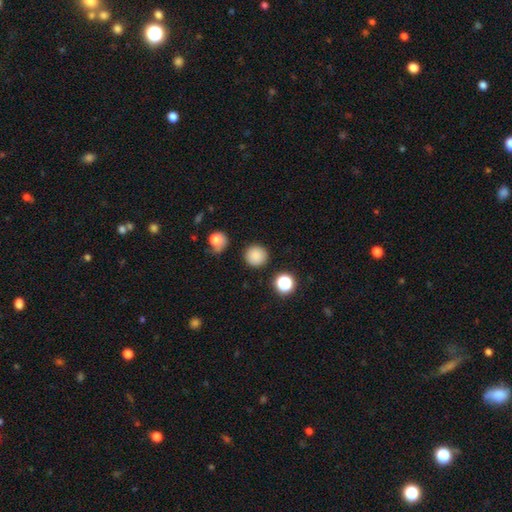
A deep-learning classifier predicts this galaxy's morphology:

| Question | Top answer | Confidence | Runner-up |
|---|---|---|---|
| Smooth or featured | smooth | 84% | star or artifact (12%) |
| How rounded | round | 95% | in between (4%) |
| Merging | none | 88% | minor disturbance (7%) |